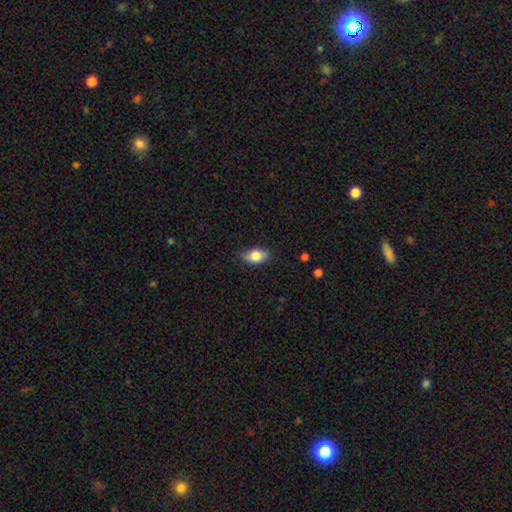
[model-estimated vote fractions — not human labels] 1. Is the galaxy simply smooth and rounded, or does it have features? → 81% smooth, 11% featured or disk, 7% star or artifact.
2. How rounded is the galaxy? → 88% in between, 8% round, 3% cigar-shaped.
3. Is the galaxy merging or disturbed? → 82% none, 15% minor disturbance, 2% major disturbance, 1% merger.